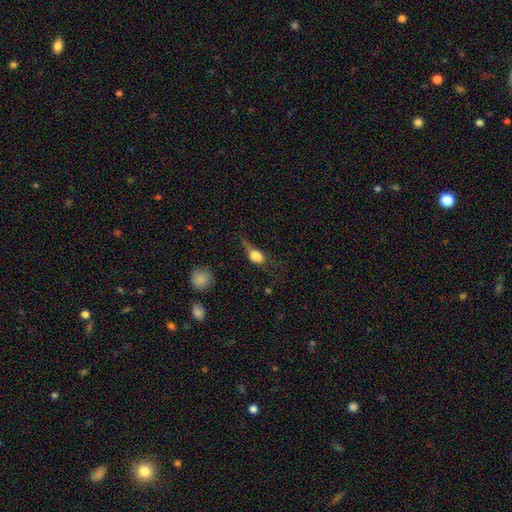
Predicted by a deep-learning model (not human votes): Morphology: type=smooth (74%); roundness=in between (66%); merging=major disturbance (36%).